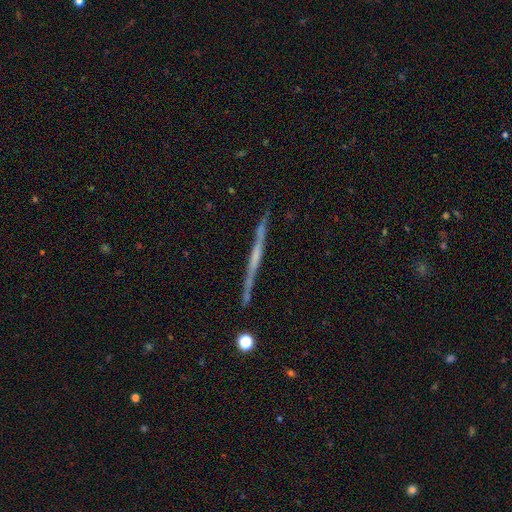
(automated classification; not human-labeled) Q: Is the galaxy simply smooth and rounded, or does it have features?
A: featured or disk — 66%.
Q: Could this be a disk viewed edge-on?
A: yes — 96%.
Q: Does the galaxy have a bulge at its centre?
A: none — 77%.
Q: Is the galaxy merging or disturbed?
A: none — 83%.